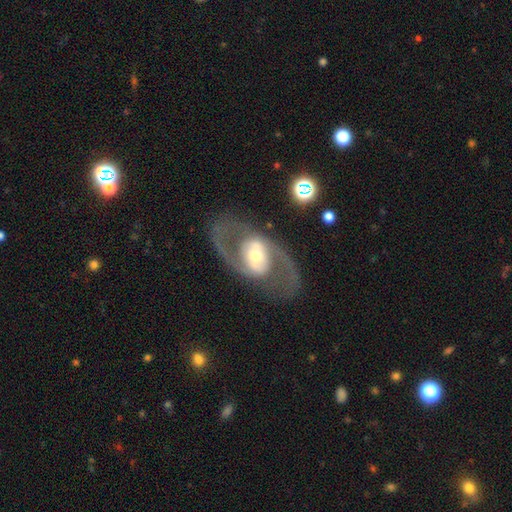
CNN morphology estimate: Overall: featured or disk (86%). Edge-on disk: no (95%). Bar: weak (36%; no 33%). Spiral arms: yes (85%). Spiral arm count: 2 (91%). Spiral winding: medium (55%; loose 30%). Bulge size: moderate (58%; small 23%). Merging: none (77%).